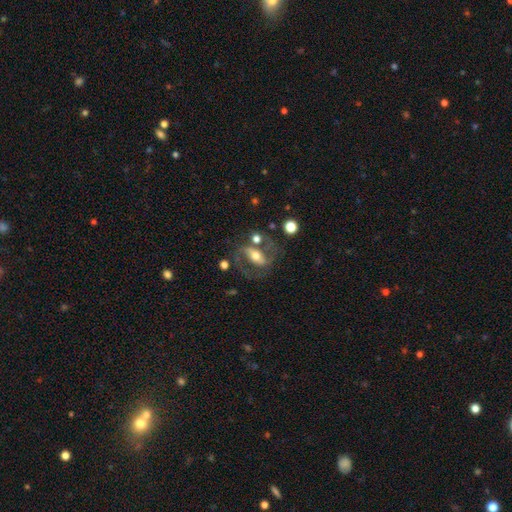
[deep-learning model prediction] smooth_or_featured: featured or disk (p=0.72) [alt: smooth p=0.20]
disk_edge_on: no (p=0.91) [alt: yes p=0.09]
bar: strong (p=0.52) [alt: weak p=0.27]
has_spiral_arms: yes (p=0.77) [alt: no p=0.23]
spiral_winding: medium (p=0.51) [alt: loose p=0.27]
spiral_arm_count: 2 (p=0.84) [alt: can't tell p=0.08]
bulge_size: moderate (p=0.66) [alt: small p=0.19]
merging: none (p=0.57) [alt: minor disturbance p=0.16]